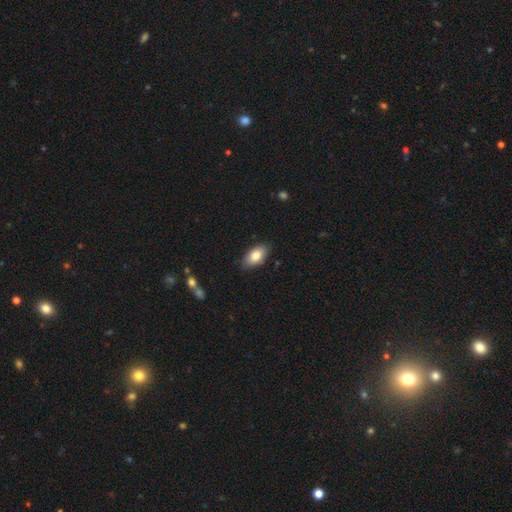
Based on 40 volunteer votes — Smooth or featured? smooth (90%)
How rounded? in between (92%)
Merging? none (76%)